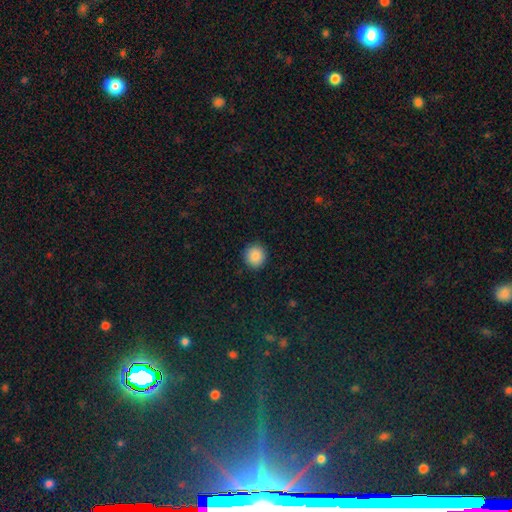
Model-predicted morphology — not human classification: This appears to be a smooth galaxy with no disk features (88%) that is round (92%). Merging: none (92%).